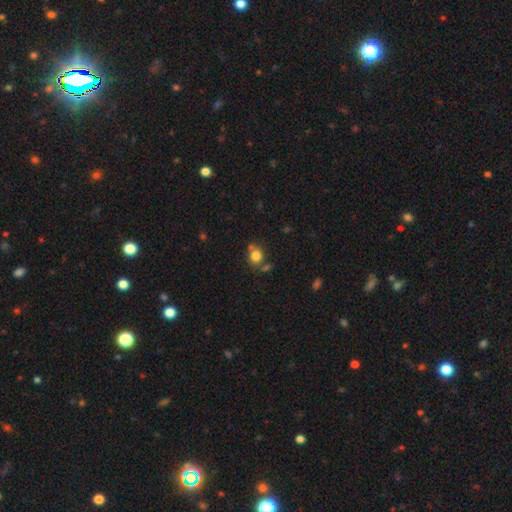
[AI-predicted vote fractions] Q: Smooth or featured?
A: smooth (80%); runner-up: star or artifact (12%)
Q: How rounded?
A: round (74%); runner-up: in between (25%)
Q: Merging?
A: none (61%); runner-up: merger (19%)